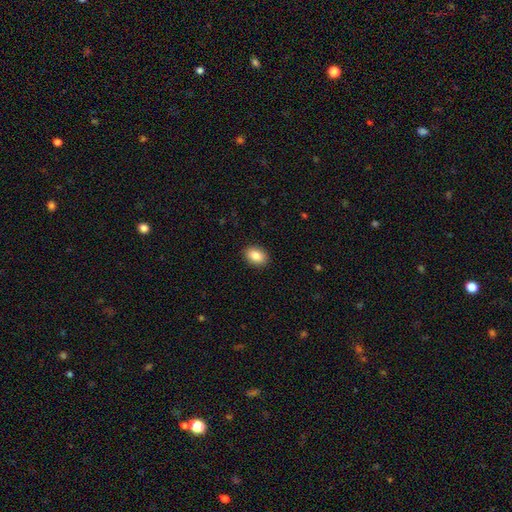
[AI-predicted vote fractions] smooth_or_featured: smooth (p=0.87) [alt: star or artifact p=0.08]
how_rounded: in between (p=0.83) [alt: round p=0.16]
merging: none (p=0.90) [alt: minor disturbance p=0.07]